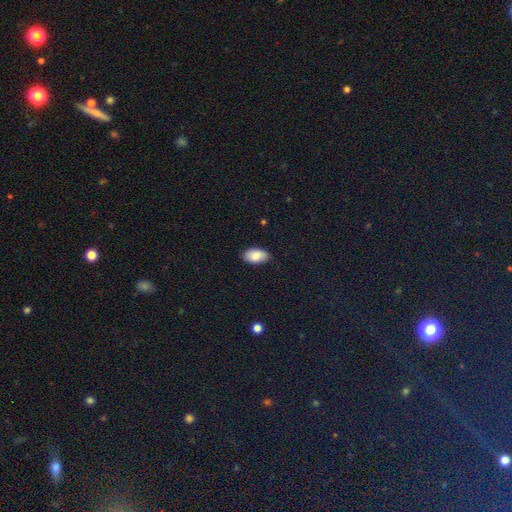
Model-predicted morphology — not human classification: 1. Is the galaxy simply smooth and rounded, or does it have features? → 86% smooth, 7% star or artifact, 7% featured or disk.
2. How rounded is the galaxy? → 94% in between, 4% round, 2% cigar-shaped.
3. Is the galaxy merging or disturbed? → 83% none, 14% minor disturbance, 2% major disturbance, 1% merger.